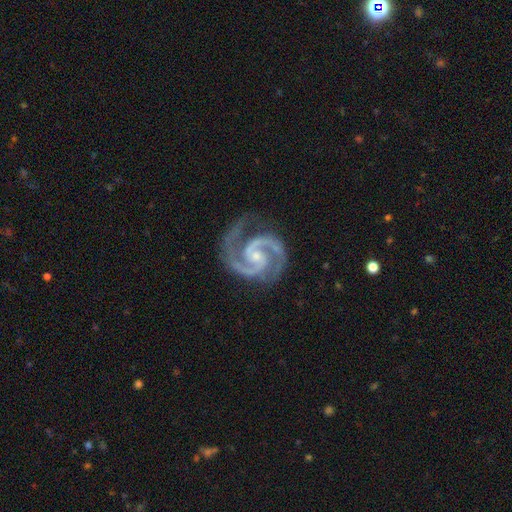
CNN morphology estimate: Smooth or featured?
  - featured or disk: 95% *
  - star or artifact: 4%
  - smooth: 2%
Edge-on disk?
  - no: 98% *
  - yes: 2%
Bar?
  - no: 58% *
  - weak: 32%
  - strong: 10%
Spiral arms?
  - yes: 99% *
  - no: 1%
Spiral winding?
  - medium: 53% *
  - tight: 42%
  - loose: 5%
Spiral arm count?
  - 2: 92% *
  - 3: 4%
  - can't tell: 1%
  - 1: 1%
  - 4: 1%
  - more than 4: 1%
Bulge size?
  - small: 65% *
  - moderate: 28%
  - none: 6%
  - large: 1%
  - dominant: 1%
Merging?
  - none: 74% *
  - minor disturbance: 18%
  - major disturbance: 6%
  - merger: 1%